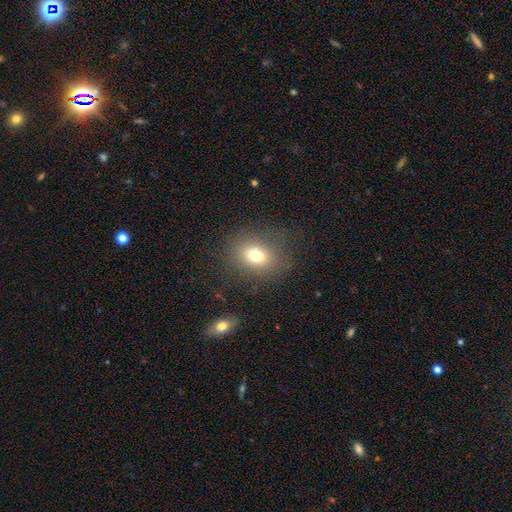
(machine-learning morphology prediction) A smooth galaxy with no disk features (74%) that is round (52%). Merging: none (79%).